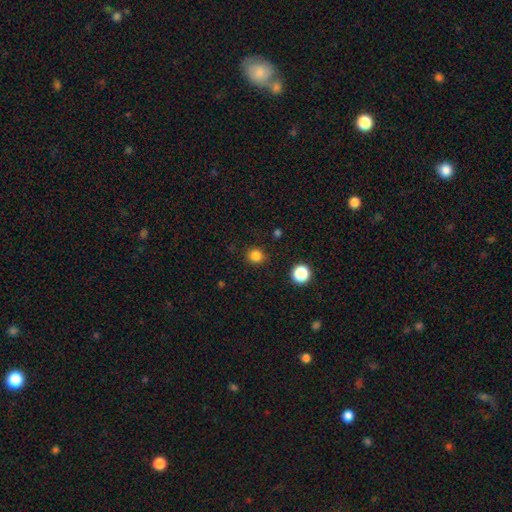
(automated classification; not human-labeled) smooth 83%, star or artifact 13%, featured or disk 4%. Down the decision tree: how rounded — round (90%); merging — none (89%).